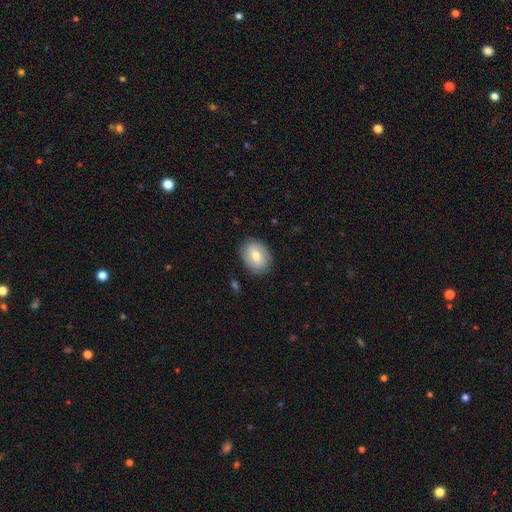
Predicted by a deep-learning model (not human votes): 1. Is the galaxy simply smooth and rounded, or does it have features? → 64% smooth, 29% featured or disk, 7% star or artifact.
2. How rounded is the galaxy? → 59% in between, 40% round, 1% cigar-shaped.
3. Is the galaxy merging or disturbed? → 84% none, 12% minor disturbance, 3% major disturbance, 1% merger.